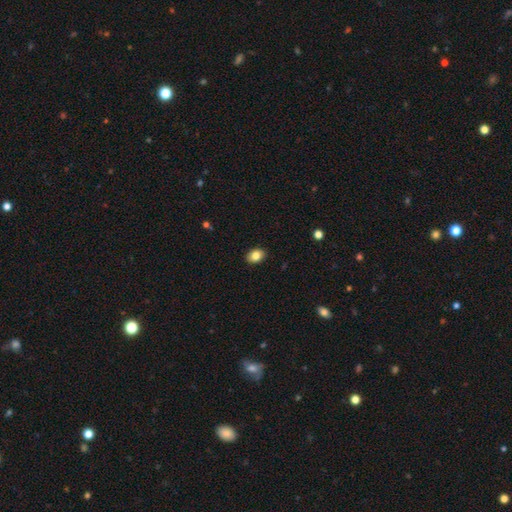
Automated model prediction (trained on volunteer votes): Overall: smooth (84%). How rounded: in between (73%). Merging: none (90%).